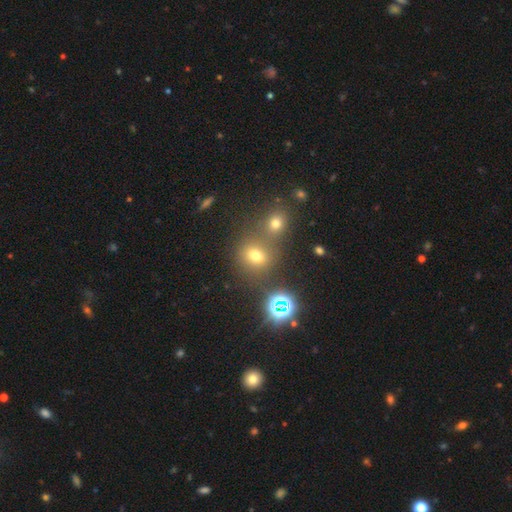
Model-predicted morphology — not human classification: This appears to be a smooth galaxy with no disk features (60%) that is round (75%). Merging: none (62%).